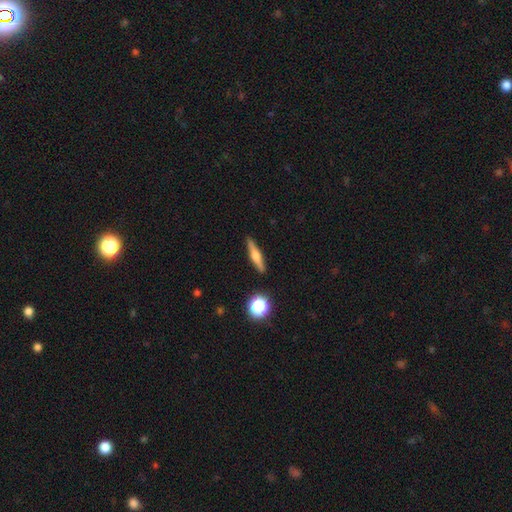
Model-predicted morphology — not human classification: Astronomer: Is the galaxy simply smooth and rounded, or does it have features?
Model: featured or disk — 55% (runner-up: smooth, 37%).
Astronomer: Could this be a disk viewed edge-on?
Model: yes — 96%.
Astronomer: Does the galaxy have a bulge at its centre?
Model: rounded — 88%.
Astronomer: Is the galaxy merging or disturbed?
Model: none — 90%.